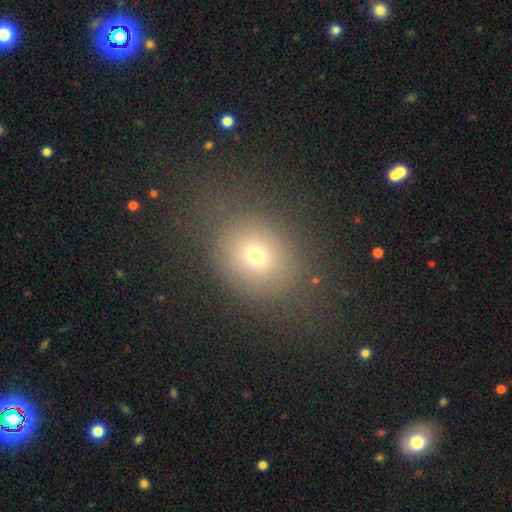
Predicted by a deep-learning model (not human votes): Q: Smooth or featured?
A: smooth (67%); runner-up: star or artifact (20%)
Q: How rounded?
A: round (60%); runner-up: in between (39%)
Q: Merging?
A: none (75%); runner-up: minor disturbance (13%)